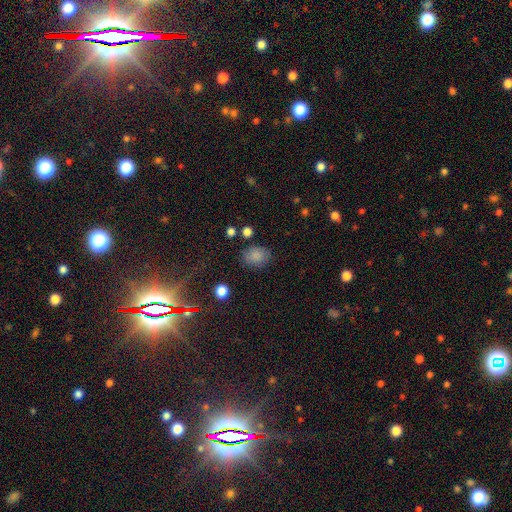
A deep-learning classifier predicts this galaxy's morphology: Smooth or featured? smooth (83%)
How rounded? in between (58%)
Merging? none (78%)